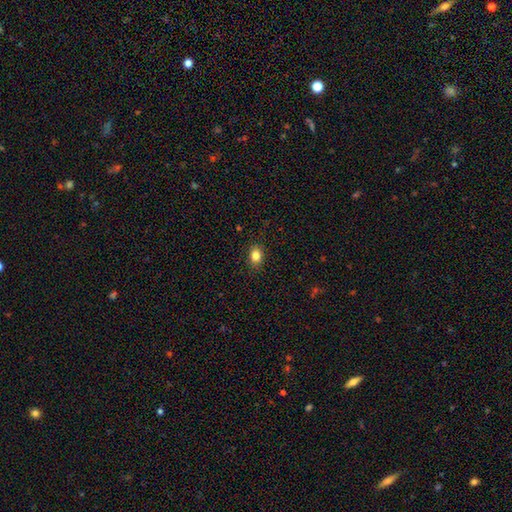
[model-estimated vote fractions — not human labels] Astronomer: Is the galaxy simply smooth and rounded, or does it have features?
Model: smooth — 83%.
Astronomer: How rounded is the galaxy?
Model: in between — 58% (runner-up: round, 40%).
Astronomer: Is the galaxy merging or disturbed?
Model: none — 88%.